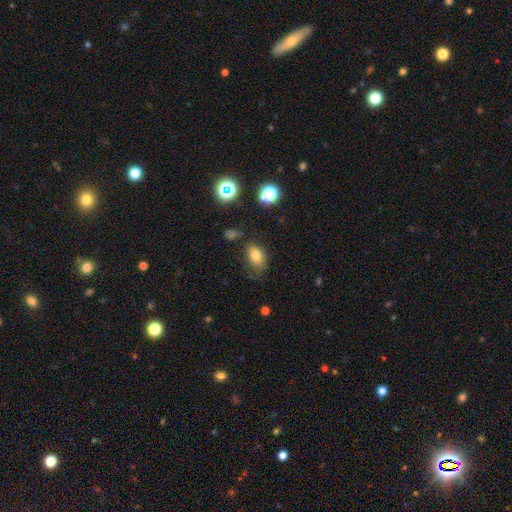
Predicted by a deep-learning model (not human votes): Overall: smooth (75%). How rounded: in between (83%). Merging: none (55%; minor disturbance 28%).